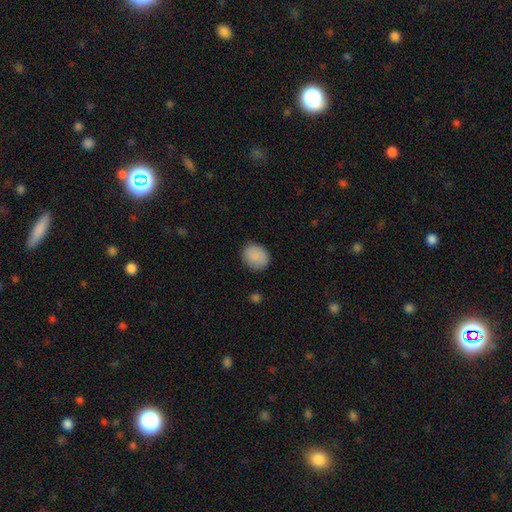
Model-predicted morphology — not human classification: Smooth or featured? Predicted: smooth (p=0.88). How rounded? Predicted: round (p=0.67). Merging? Predicted: none (p=0.83).